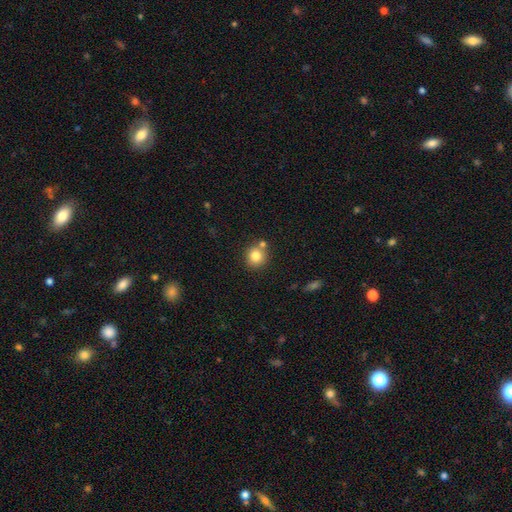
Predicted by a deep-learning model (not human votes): Smooth or featured: smooth — 82% (star or artifact — 10%)
How rounded: round — 88% (in between — 11%)
Merging: none — 69% (merger — 19%)